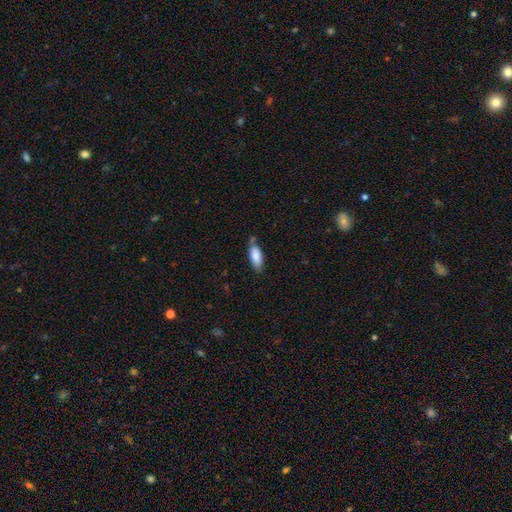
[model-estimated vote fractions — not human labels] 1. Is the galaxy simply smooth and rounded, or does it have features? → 86% smooth, 8% featured or disk, 6% star or artifact.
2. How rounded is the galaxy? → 81% in between, 17% cigar-shaped, 2% round.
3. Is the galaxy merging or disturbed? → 62% none, 25% minor disturbance, 7% merger, 5% major disturbance.